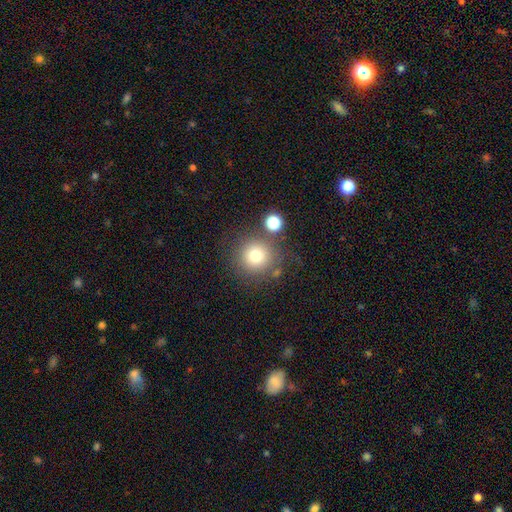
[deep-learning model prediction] The model was most divided on "smooth or featured": smooth: 75%, star or artifact: 14%, featured or disk: 11%. More confident: how rounded — round (95%); merging — none (76%).